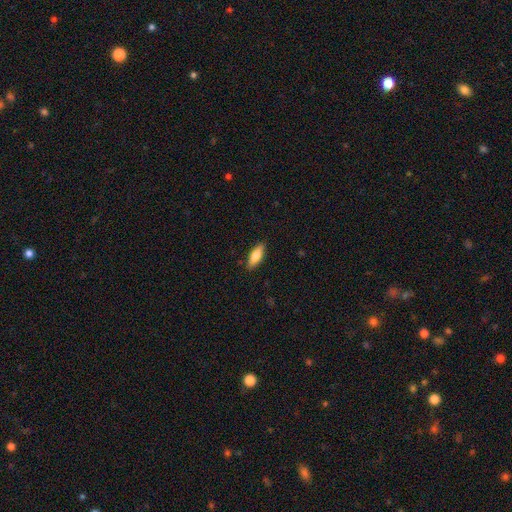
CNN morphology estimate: Q: Smooth or featured?
A: smooth (73%); runner-up: featured or disk (21%)
Q: How rounded?
A: in between (63%); runner-up: cigar-shaped (35%)
Q: Merging?
A: none (88%); runner-up: minor disturbance (9%)